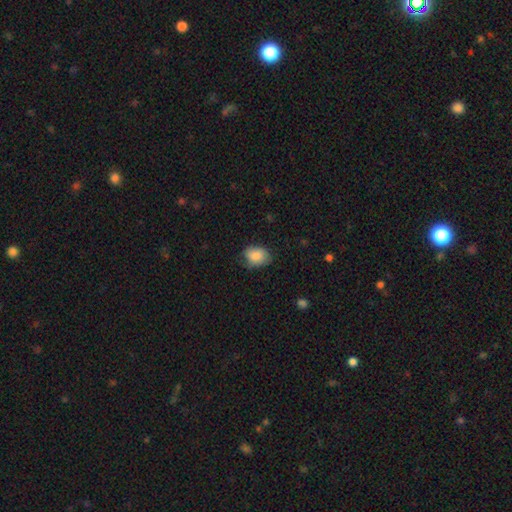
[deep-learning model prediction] The model was most divided on "how rounded": in between: 69%, round: 30%, cigar-shaped: 1%. More confident: smooth or featured — smooth (85%); merging — none (67%).